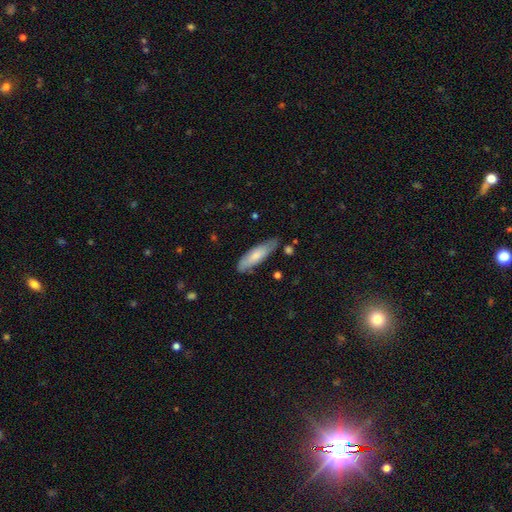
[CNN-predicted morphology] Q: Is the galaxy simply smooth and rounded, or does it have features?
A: smooth — 73%.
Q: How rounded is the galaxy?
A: cigar-shaped — 59%.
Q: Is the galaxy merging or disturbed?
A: none — 75%.